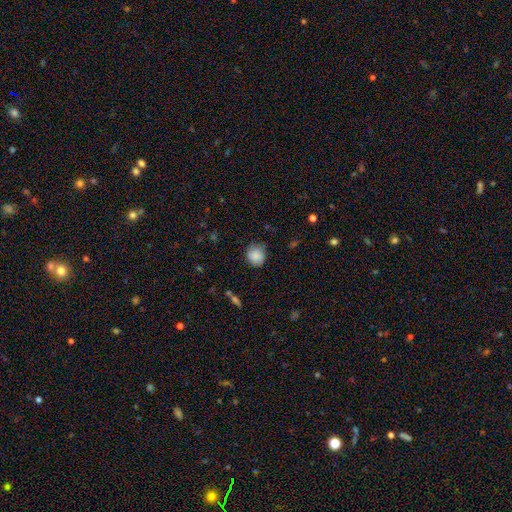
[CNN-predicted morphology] A smooth galaxy with no disk features (84%) that is round (85%).

Vote fractions:
- Smooth or featured? smooth: 84% / star or artifact: 8% / featured or disk: 8%
- How rounded? round: 85% / in between: 14% / cigar-shaped: 1%
- Merging? none: 76% / minor disturbance: 18% / major disturbance: 4% / merger: 1%